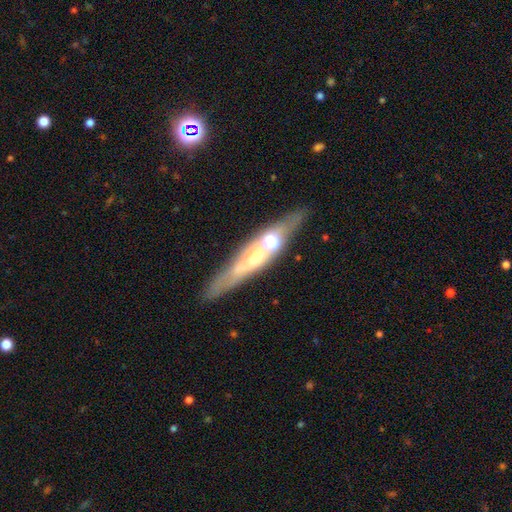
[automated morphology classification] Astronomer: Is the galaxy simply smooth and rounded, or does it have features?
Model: featured or disk — 64%.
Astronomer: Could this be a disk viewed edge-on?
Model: yes — 73%.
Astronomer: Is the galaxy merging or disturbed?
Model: none — 71%.